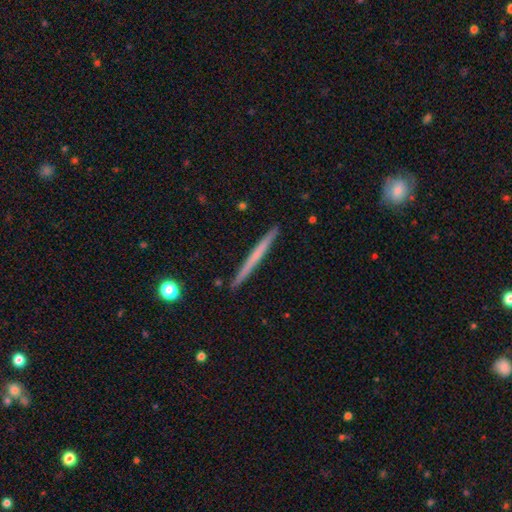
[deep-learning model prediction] smooth-or-featured: featured or disk: 47% (tied) | smooth: 47% (tied) | star or artifact: 5%
  merging: none: 92% | minor disturbance: 6% | merger: 1% | major disturbance: 1%